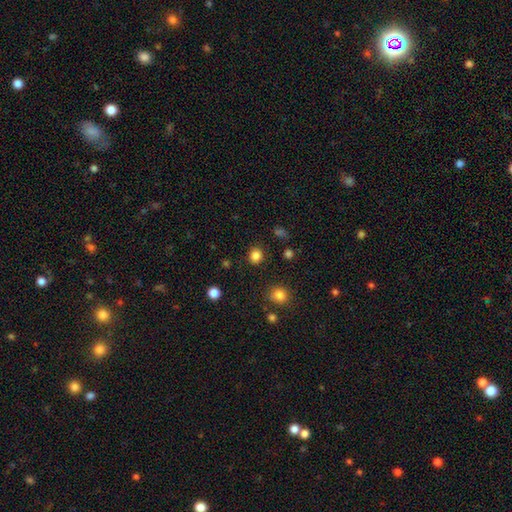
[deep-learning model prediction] Smooth or featured? Predicted: smooth (p=0.84). How rounded? Predicted: round (p=0.78). Merging? Predicted: none (p=0.88).